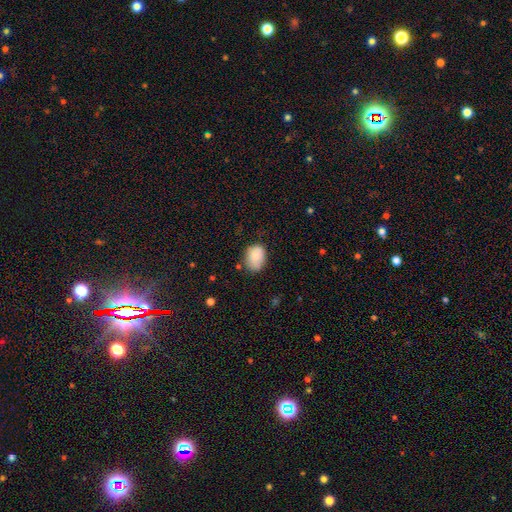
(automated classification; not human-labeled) smooth_or_featured: smooth (p=0.85) [alt: star or artifact p=0.08]
how_rounded: in between (p=0.70) [alt: round p=0.29]
merging: none (p=0.65) [alt: minor disturbance p=0.27]